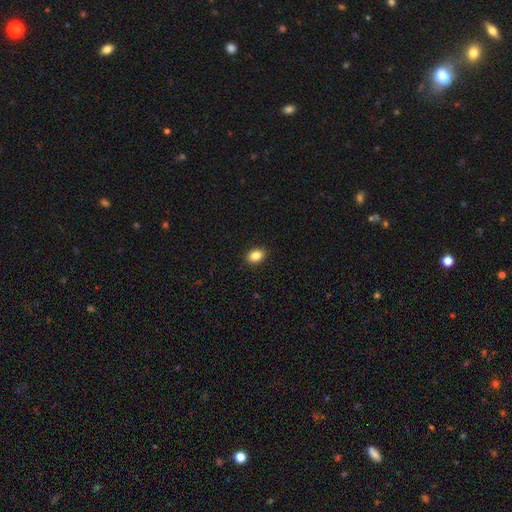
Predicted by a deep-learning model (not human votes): Smooth or featured? smooth (85%)
How rounded? in between (80%)
Merging? none (91%)